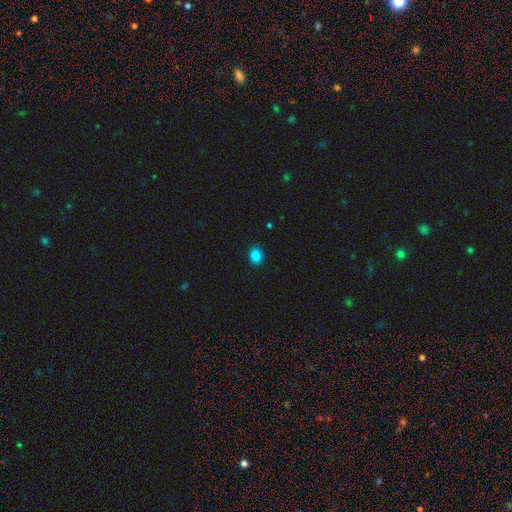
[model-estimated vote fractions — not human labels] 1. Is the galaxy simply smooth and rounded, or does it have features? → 86% smooth, 11% star or artifact, 4% featured or disk.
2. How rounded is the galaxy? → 59% round, 40% in between, 1% cigar-shaped.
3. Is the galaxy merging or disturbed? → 91% none, 6% minor disturbance, 2% major disturbance, 1% merger.